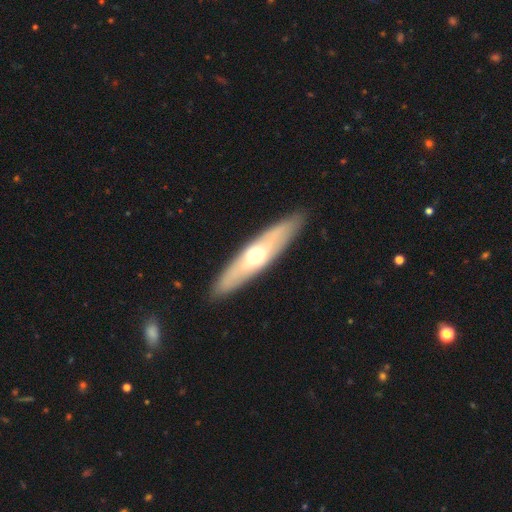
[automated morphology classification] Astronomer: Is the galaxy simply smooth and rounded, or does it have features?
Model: featured or disk — 52% (runner-up: smooth, 42%).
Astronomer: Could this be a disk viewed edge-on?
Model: yes — 65%.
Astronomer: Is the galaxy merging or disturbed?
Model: none — 89%.